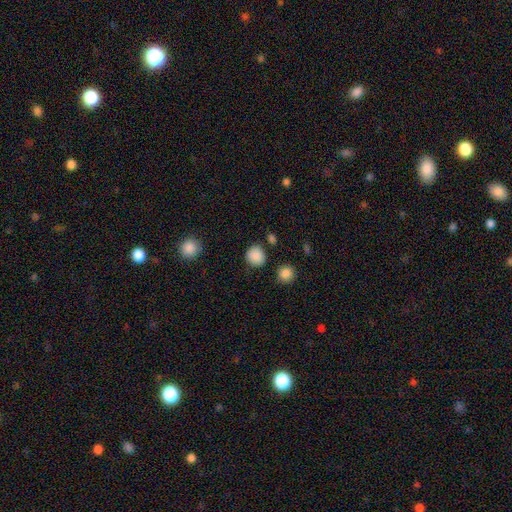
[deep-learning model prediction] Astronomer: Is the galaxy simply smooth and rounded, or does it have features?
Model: smooth — 87%.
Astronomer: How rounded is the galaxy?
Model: round — 86%.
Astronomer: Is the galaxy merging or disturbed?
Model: none — 83%.